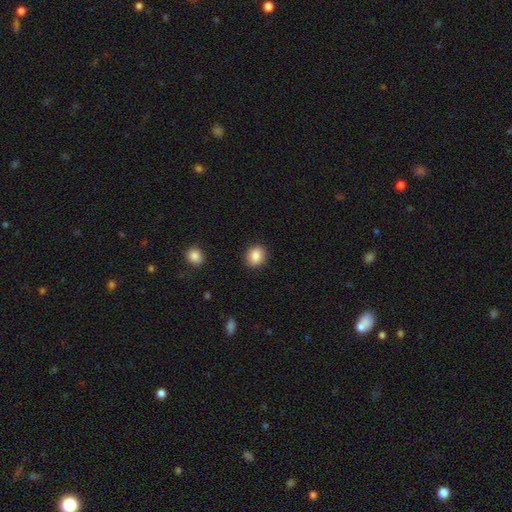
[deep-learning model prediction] Smooth or featured? Predicted: smooth (p=0.86). How rounded? Predicted: round (p=0.67). Merging? Predicted: none (p=0.90).